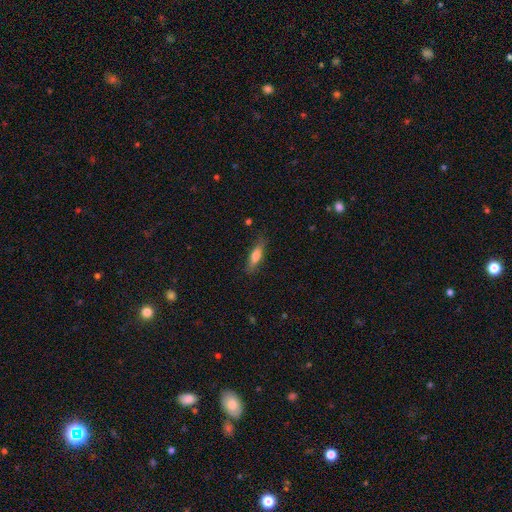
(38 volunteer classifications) smooth_or_featured: smooth (p=0.63) [alt: featured or disk p=0.26]
how_rounded: cigar-shaped (p=0.58) [alt: in between p=0.38]
merging: none (p=0.74) [alt: minor disturbance p=0.24]